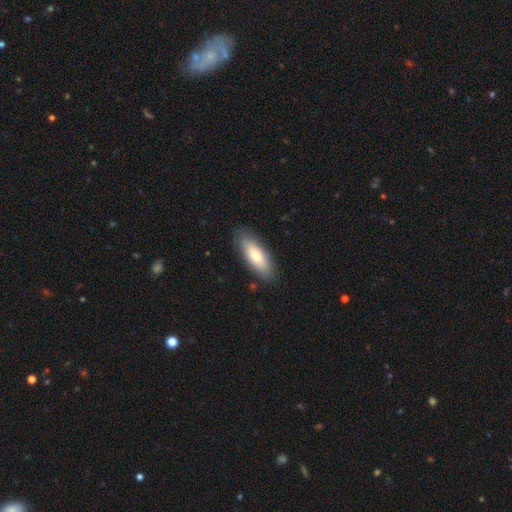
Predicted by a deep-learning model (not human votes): Smooth or featured?
  - smooth: 74% *
  - featured or disk: 20%
  - star or artifact: 6%
How rounded?
  - in between: 68% *
  - cigar-shaped: 30%
  - round: 2%
Merging?
  - none: 85% *
  - minor disturbance: 11%
  - major disturbance: 2%
  - merger: 1%